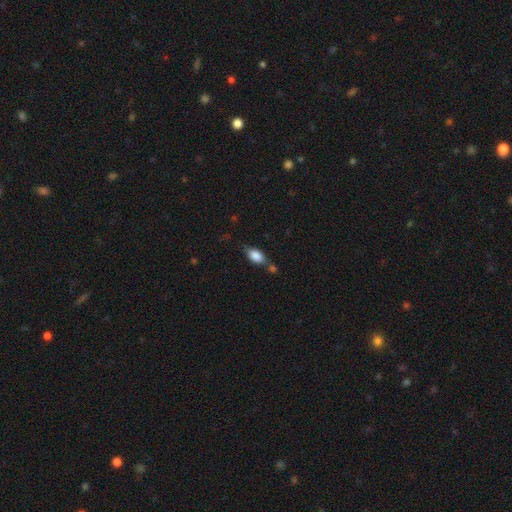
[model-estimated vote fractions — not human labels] Q: Smooth or featured?
A: smooth (82%); runner-up: featured or disk (10%)
Q: How rounded?
A: in between (88%); runner-up: round (6%)
Q: Merging?
A: none (54%); runner-up: minor disturbance (21%)